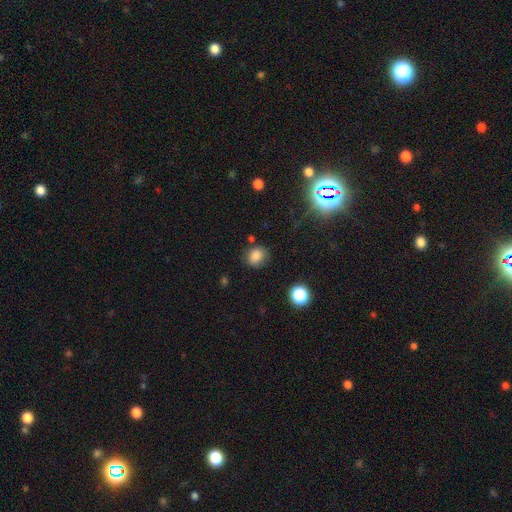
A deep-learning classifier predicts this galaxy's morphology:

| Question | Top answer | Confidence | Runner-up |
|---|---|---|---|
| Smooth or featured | smooth | 81% | star or artifact (13%) |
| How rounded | round | 61% | in between (38%) |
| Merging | none | 77% | minor disturbance (15%) |